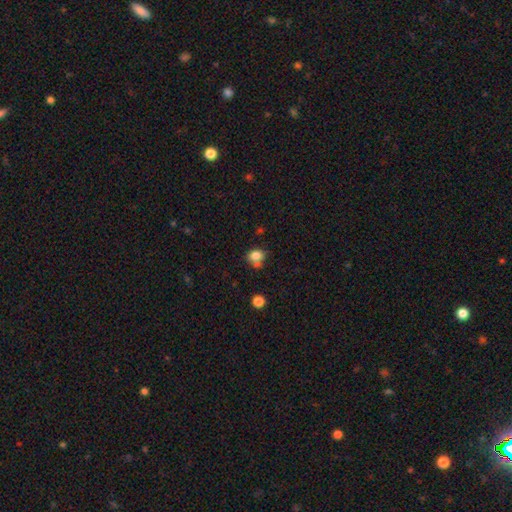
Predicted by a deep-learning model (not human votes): Overall: smooth (80%). How rounded: round (52%; in between 47%). Merging: none (52%; merger 21%).